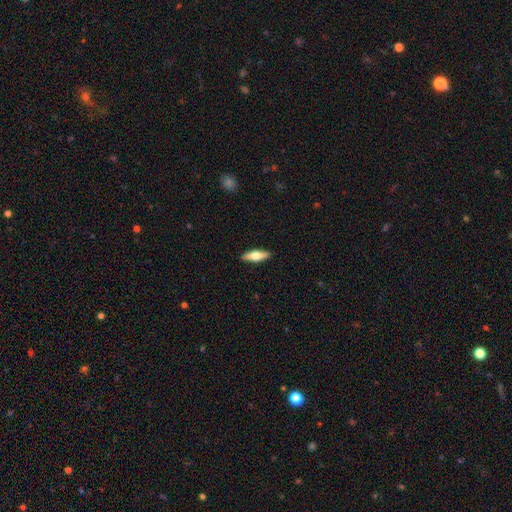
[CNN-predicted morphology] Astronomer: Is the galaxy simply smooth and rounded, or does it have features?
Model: smooth — 61%.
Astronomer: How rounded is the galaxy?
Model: in between — 53% (runner-up: cigar-shaped, 44%).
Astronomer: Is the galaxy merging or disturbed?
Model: none — 90%.